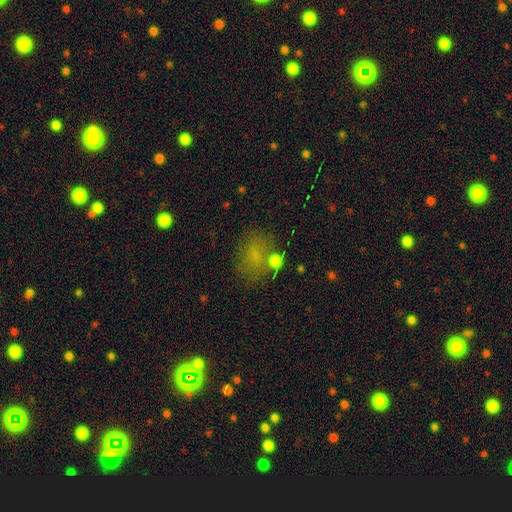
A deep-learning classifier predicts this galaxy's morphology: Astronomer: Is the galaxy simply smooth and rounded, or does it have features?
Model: smooth — 60%.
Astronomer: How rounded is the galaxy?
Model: in between — 59% (runner-up: round, 39%).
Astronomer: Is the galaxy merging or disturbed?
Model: none — 60%.